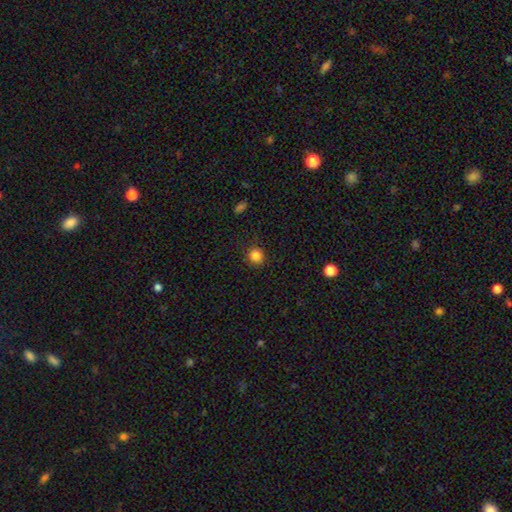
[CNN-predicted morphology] This appears to be a smooth galaxy with no disk features (84%) that is round (90%). Merging: none (88%).